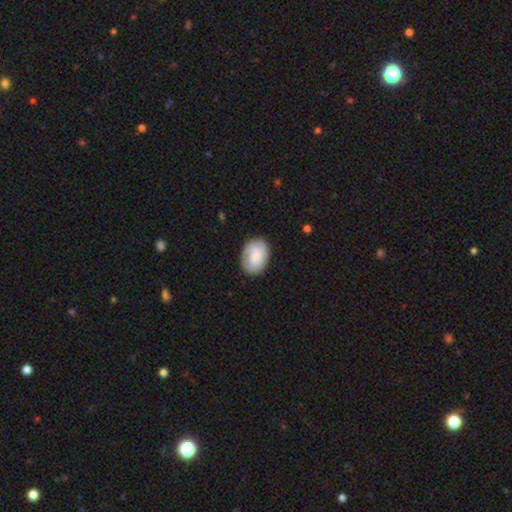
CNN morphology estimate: Q: Smooth or featured?
A: smooth (69%); runner-up: featured or disk (24%)
Q: How rounded?
A: in between (71%); runner-up: round (28%)
Q: Merging?
A: none (80%); runner-up: minor disturbance (15%)